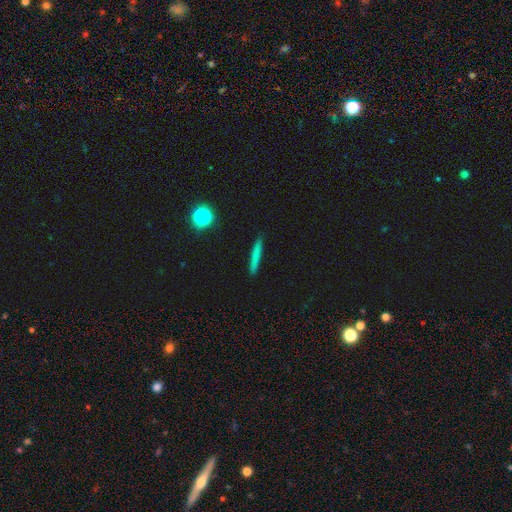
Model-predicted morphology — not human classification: Smooth or featured? Predicted: smooth (p=0.73). How rounded? Predicted: cigar-shaped (p=0.94). Merging? Predicted: none (p=0.90).